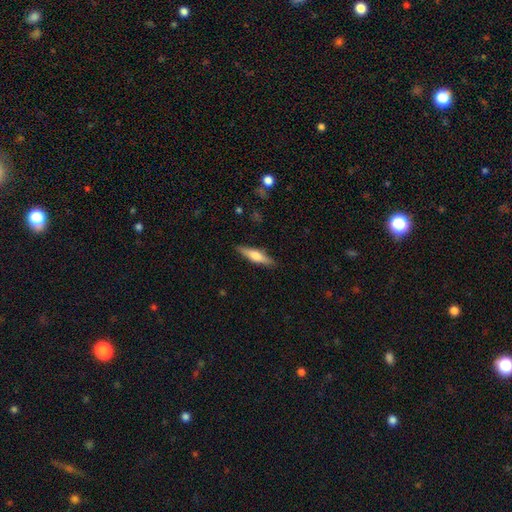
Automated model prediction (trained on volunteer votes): Smooth or featured: smooth — 50% (featured or disk — 44%)
How rounded: cigar-shaped — 76% (in between — 22%)
Merging: none — 88% (minor disturbance — 9%)